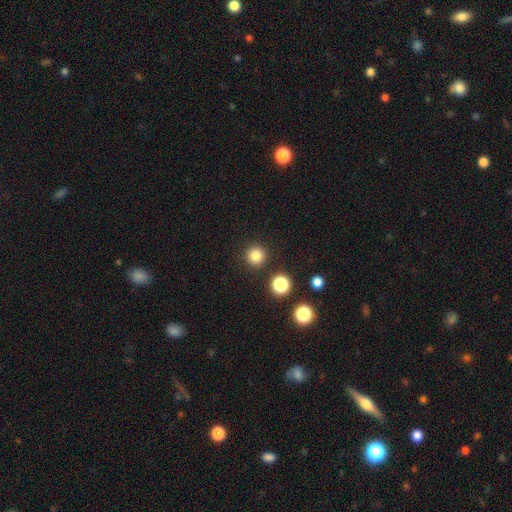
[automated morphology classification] Smooth or featured: smooth — 82% (star or artifact — 14%)
How rounded: round — 95% (in between — 4%)
Merging: none — 91% (minor disturbance — 5%)